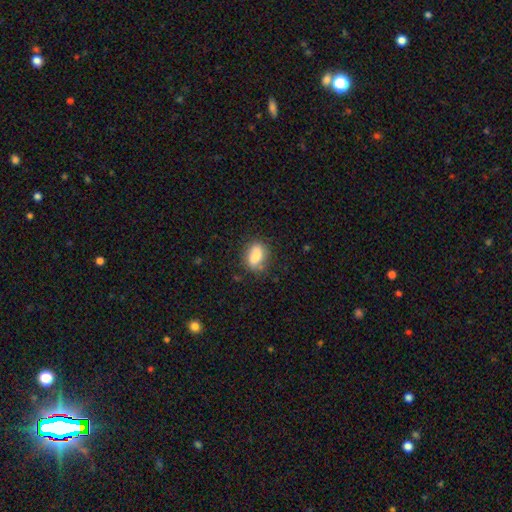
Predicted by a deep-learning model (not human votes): A smooth galaxy with no disk features (80%) that is in between round and cigar-shaped (81%). Merging: none (72%).